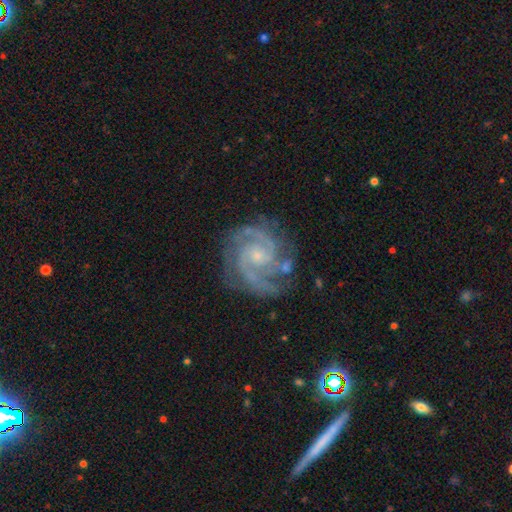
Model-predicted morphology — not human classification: This is clearly a featured or disk galaxy (92%). It is clearly not viewed edge-on (98%). Bar: likely no (61%). Spiral arm pattern: clearly yes (98%). Spiral arm count: likely 2 (61%). Spiral winding: possibly tight (50%). Central bulge: likely small (72%). Merging: likely none (74%).